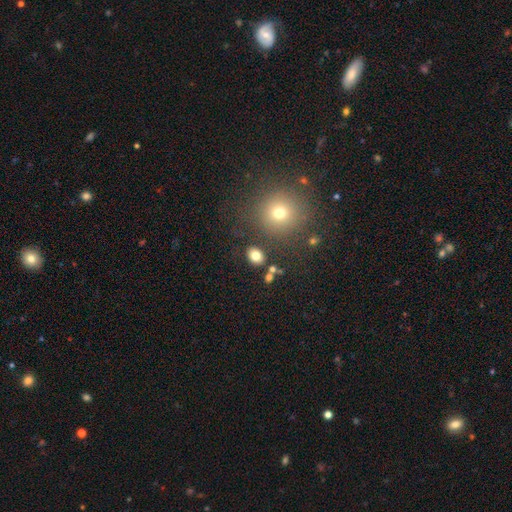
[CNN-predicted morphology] Smooth or featured?
  - smooth: 78% *
  - star or artifact: 13%
  - featured or disk: 9%
How rounded?
  - in between: 55% *
  - round: 44%
  - cigar-shaped: 1%
Merging?
  - none: 79% *
  - minor disturbance: 10%
  - merger: 7%
  - major disturbance: 4%